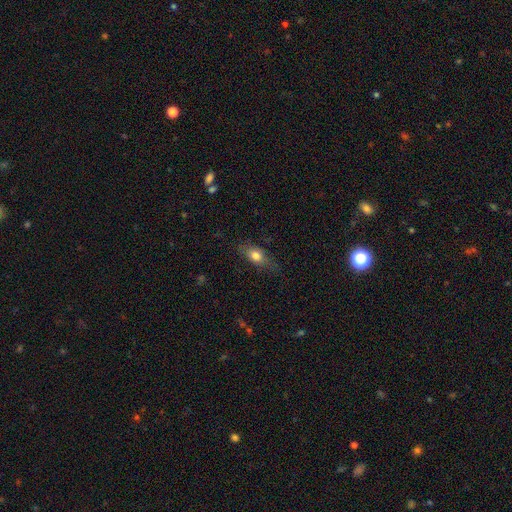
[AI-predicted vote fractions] A smooth galaxy with no disk features (75%) that is in between round and cigar-shaped (74%). Merging: none (68%).